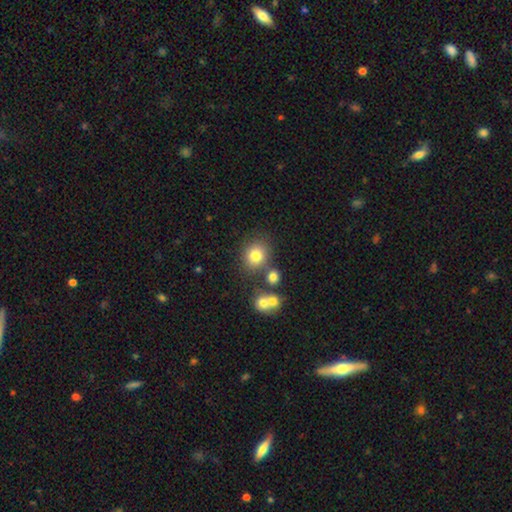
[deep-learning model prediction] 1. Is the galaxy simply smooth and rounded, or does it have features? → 78% smooth, 13% star or artifact, 9% featured or disk.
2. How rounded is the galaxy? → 76% round, 23% in between, 1% cigar-shaped.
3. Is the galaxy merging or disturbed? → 73% none, 12% merger, 11% minor disturbance, 4% major disturbance.